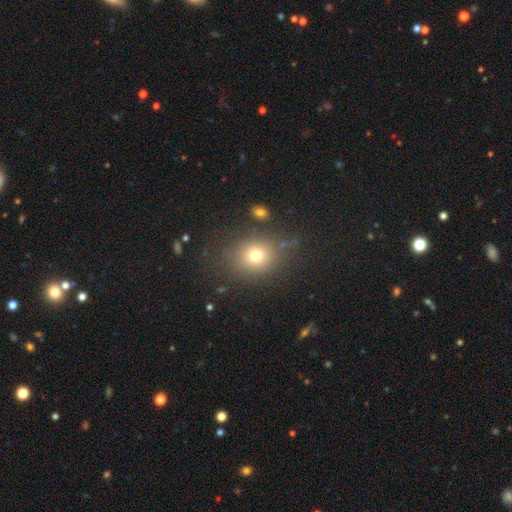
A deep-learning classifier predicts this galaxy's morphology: Q: Smooth or featured?
A: smooth (73%); runner-up: star or artifact (16%)
Q: How rounded?
A: round (72%); runner-up: in between (27%)
Q: Merging?
A: none (79%); runner-up: minor disturbance (12%)